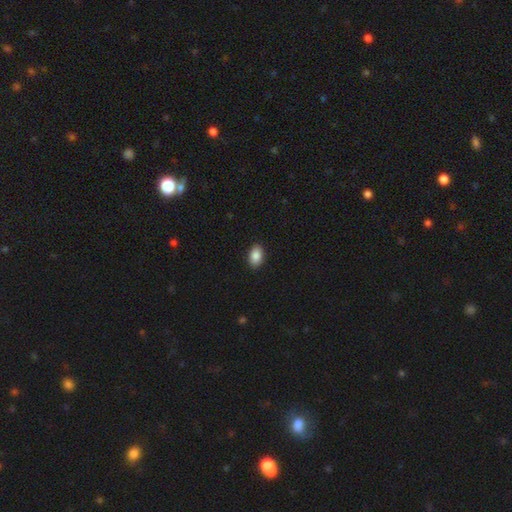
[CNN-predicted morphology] Smooth or featured?
  - smooth: 88% *
  - star or artifact: 8%
  - featured or disk: 4%
How rounded?
  - in between: 88% *
  - round: 11%
  - cigar-shaped: 1%
Merging?
  - none: 90% *
  - minor disturbance: 7%
  - major disturbance: 2%
  - merger: 1%